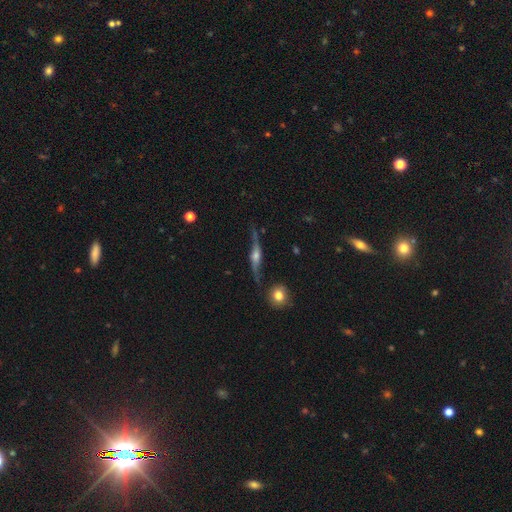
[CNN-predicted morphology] This appears to be a featured or disk galaxy (82%) viewed edge-on (82%) with a rounded central bulge (85%). Merging: none (70%).